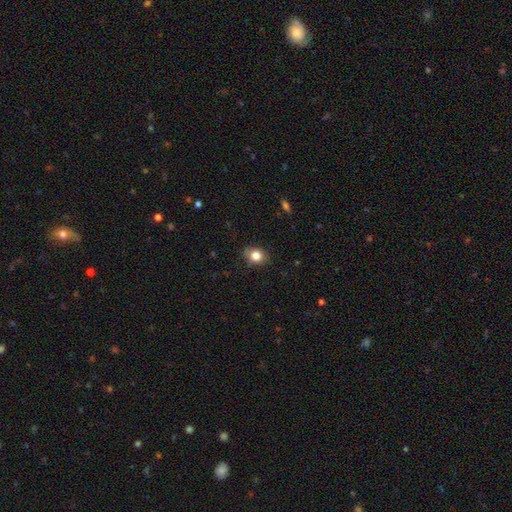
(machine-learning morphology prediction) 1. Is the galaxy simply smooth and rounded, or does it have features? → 82% smooth, 10% star or artifact, 8% featured or disk.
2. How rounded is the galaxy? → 51% round, 48% in between, 1% cigar-shaped.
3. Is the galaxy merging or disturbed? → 80% none, 16% minor disturbance, 3% major disturbance, 1% merger.